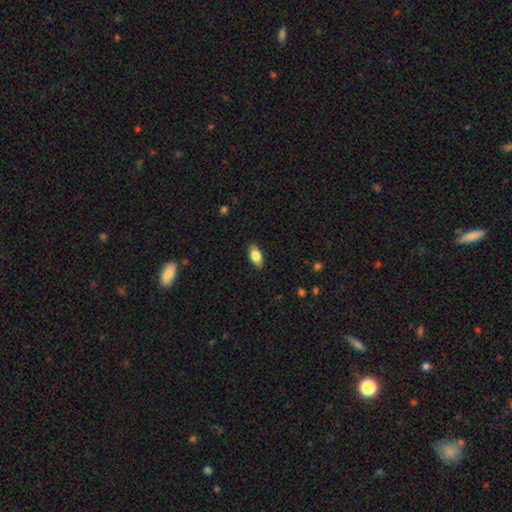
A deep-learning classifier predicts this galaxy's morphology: Smooth or featured?
  - smooth: 80% *
  - featured or disk: 13%
  - star or artifact: 7%
How rounded?
  - in between: 89% *
  - cigar-shaped: 8%
  - round: 3%
Merging?
  - none: 87% *
  - minor disturbance: 10%
  - major disturbance: 2%
  - merger: 1%